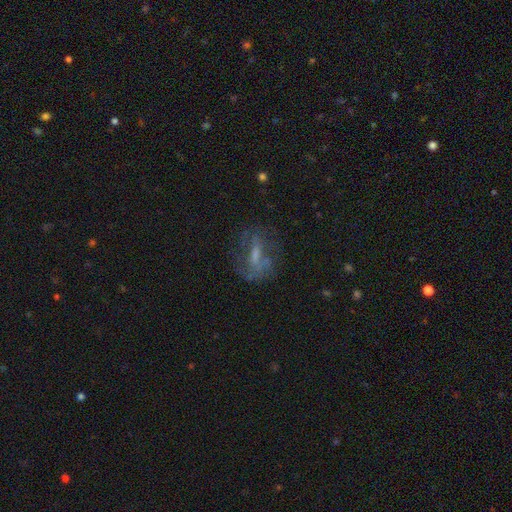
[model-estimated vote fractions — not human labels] A featured or disk galaxy (55%). Merging: none (55%).